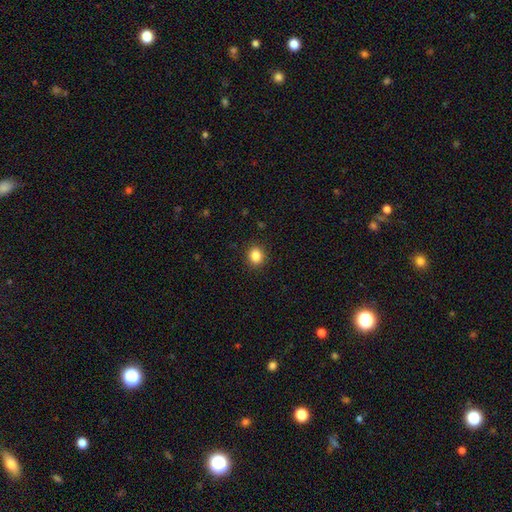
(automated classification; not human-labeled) smooth_or_featured: smooth (p=0.85) [alt: star or artifact p=0.10]
how_rounded: round (p=0.73) [alt: in between p=0.27]
merging: none (p=0.91) [alt: minor disturbance p=0.06]